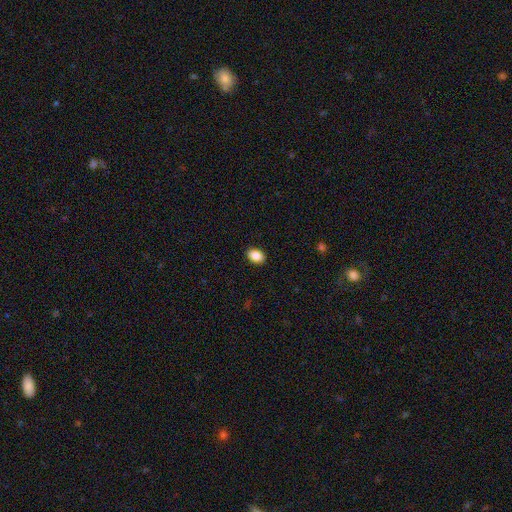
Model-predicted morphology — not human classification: This is clearly a smooth galaxy (88%). How rounded: clearly in between (82%). Merging: clearly none (90%).